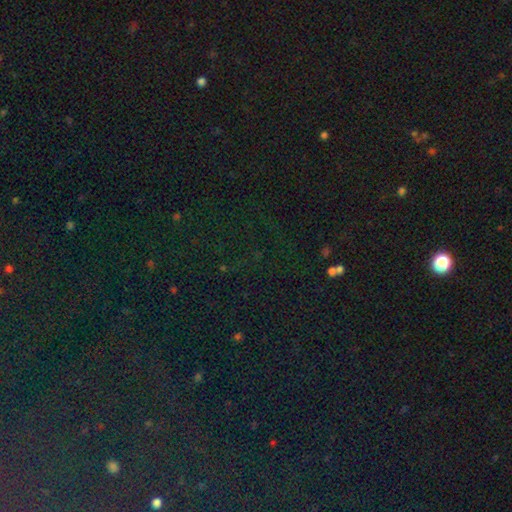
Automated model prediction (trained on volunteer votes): Smooth or featured?
  - star or artifact: 80% *
  - smooth: 12%
  - featured or disk: 8%